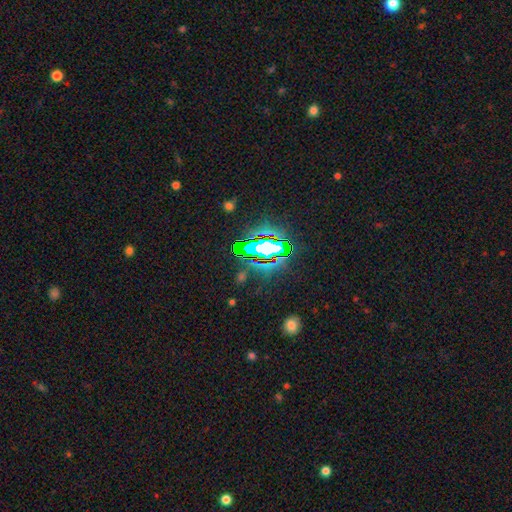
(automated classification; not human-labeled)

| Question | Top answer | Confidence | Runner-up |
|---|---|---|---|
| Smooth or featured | star or artifact | 76% | smooth (13%) |